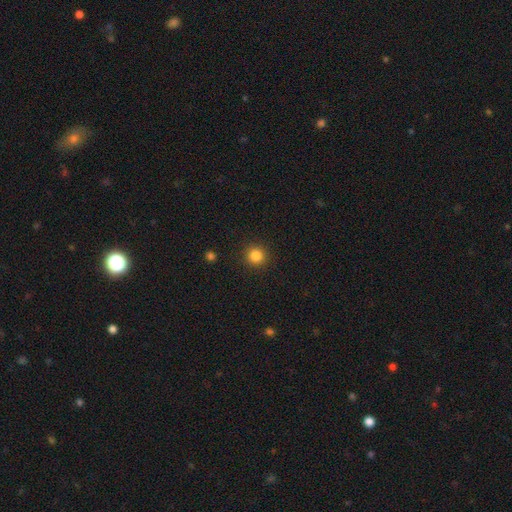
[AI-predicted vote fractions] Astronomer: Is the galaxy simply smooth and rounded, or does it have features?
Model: smooth — 85%.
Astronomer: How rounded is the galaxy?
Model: round — 94%.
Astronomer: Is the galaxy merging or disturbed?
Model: none — 91%.